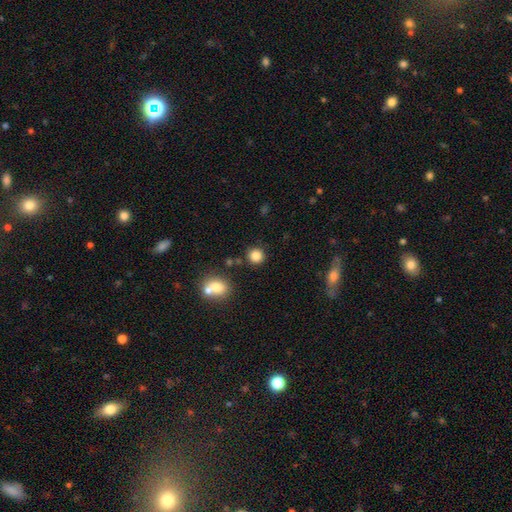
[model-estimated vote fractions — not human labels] Morphology: type=smooth (83%); roundness=round (92%); merging=none (84%).